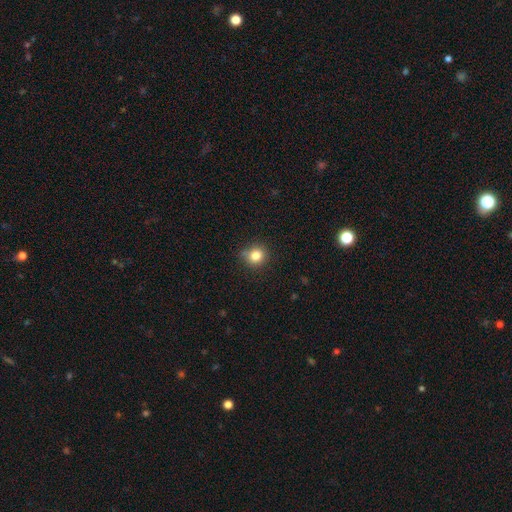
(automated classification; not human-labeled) The model was most divided on "merging": none: 78%, minor disturbance: 17%, major disturbance: 3%, merger: 2%. More confident: how rounded — round (85%); smooth or featured — smooth (83%).